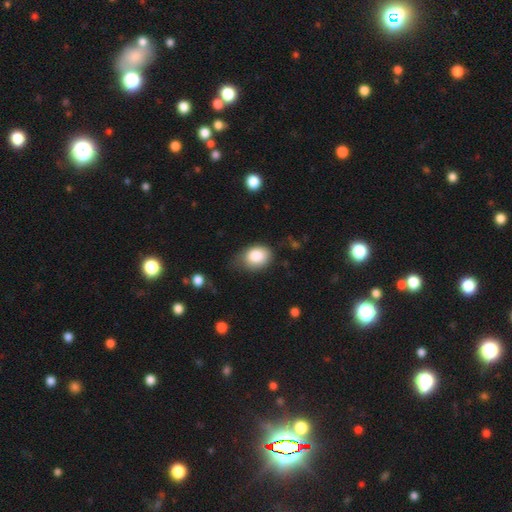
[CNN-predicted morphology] The model was most divided on "how rounded": in between: 60%, round: 39%, cigar-shaped: 1%. More confident: smooth or featured — smooth (85%); merging — none (54%).